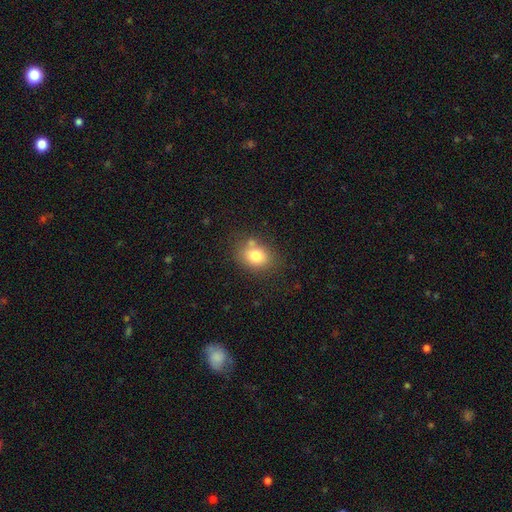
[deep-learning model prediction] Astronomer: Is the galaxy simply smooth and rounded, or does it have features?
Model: smooth — 78%.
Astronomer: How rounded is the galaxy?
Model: in between — 59% (runner-up: round, 40%).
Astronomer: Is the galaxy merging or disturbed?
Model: none — 67%.